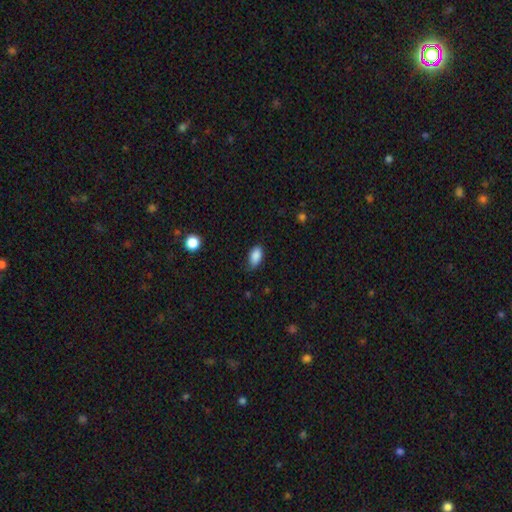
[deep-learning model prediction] Smooth or featured: smooth — 88% (star or artifact — 8%)
How rounded: in between — 92% (round — 6%)
Merging: none — 71% (minor disturbance — 23%)